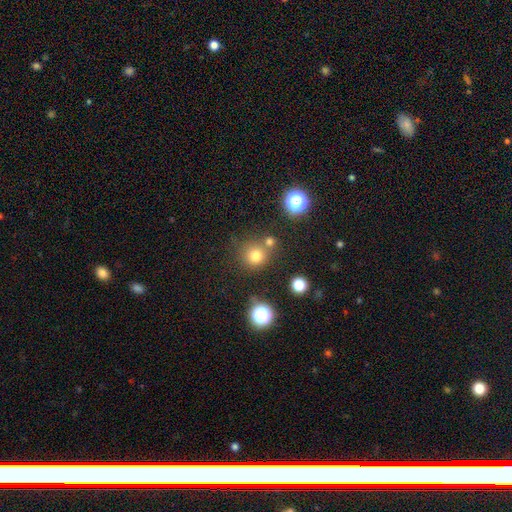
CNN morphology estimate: smooth 74%, star or artifact 19%, featured or disk 7%. Down the decision tree: how rounded — round (92%); merging — none (71%).